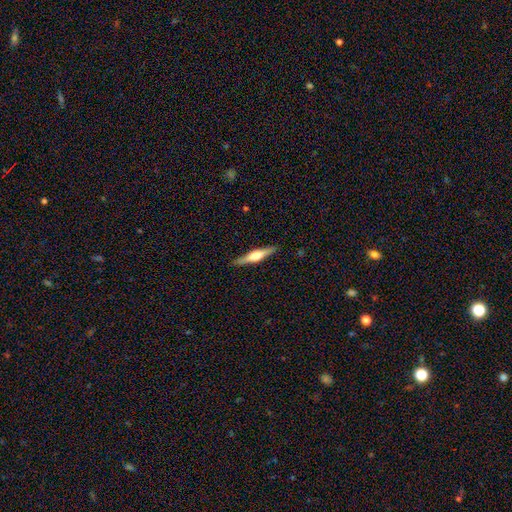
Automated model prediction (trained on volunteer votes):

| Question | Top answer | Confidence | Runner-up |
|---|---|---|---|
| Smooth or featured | featured or disk | 66% | smooth (29%) |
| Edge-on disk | yes | 97% | no (3%) |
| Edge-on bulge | rounded | 91% | boxy (6%) |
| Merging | none | 89% | minor disturbance (8%) |